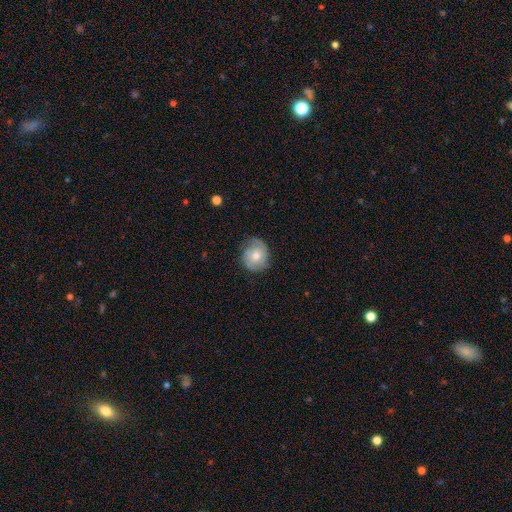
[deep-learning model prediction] Smooth or featured? Predicted: smooth (p=0.58). How rounded? Predicted: round (p=0.78). Merging? Predicted: none (p=0.66).